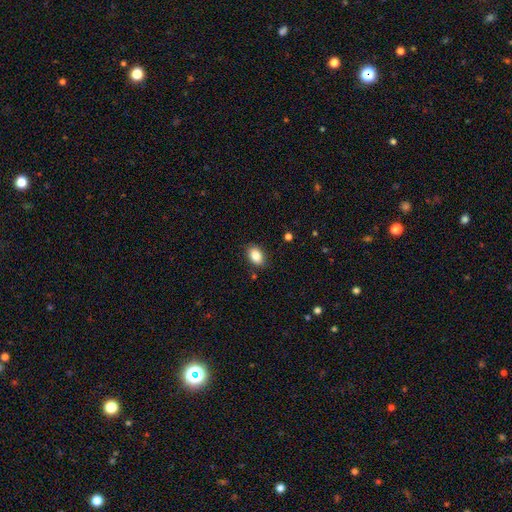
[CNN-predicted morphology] Smooth or featured? Predicted: smooth (p=0.86). How rounded? Predicted: in between (p=0.85). Merging? Predicted: none (p=0.85).